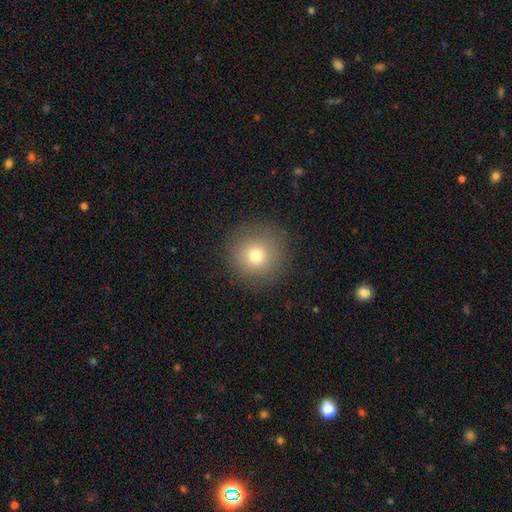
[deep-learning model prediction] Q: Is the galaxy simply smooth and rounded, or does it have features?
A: smooth — 76%.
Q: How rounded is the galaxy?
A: round — 95%.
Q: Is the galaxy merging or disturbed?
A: none — 90%.